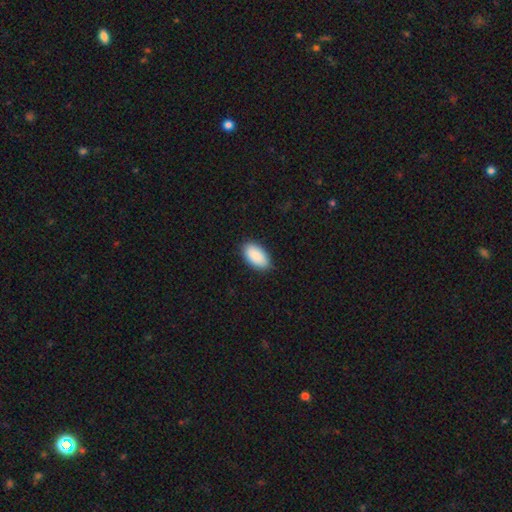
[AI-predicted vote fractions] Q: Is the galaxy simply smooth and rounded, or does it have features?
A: smooth — 91%.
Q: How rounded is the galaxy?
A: in between — 95%.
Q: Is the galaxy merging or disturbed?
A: none — 86%.